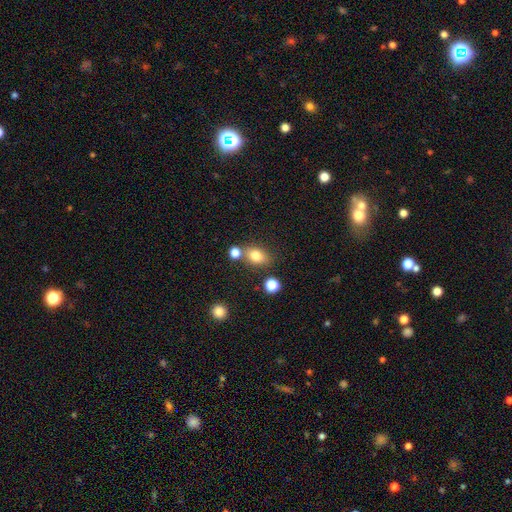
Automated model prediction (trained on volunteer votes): The model was most divided on "how rounded": in between: 62%, round: 36%, cigar-shaped: 2%. More confident: smooth or featured — smooth (79%); merging — none (66%).